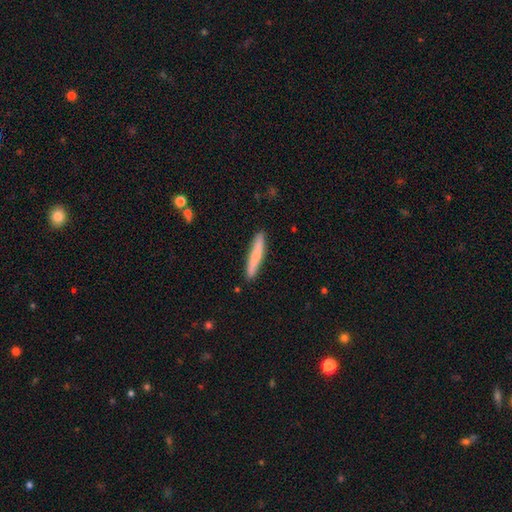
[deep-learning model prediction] Overall: smooth (72%). How rounded: cigar-shaped (94%). Merging: none (89%).